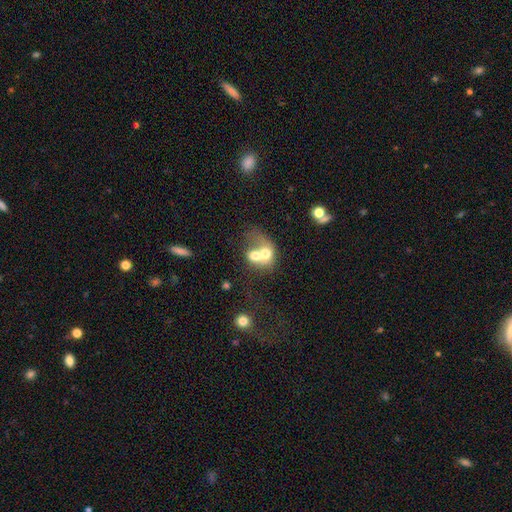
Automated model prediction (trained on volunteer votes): Overall: smooth (58%; featured or disk 32%). How rounded: round (50%; in between 49%). Merging: merger (77%).